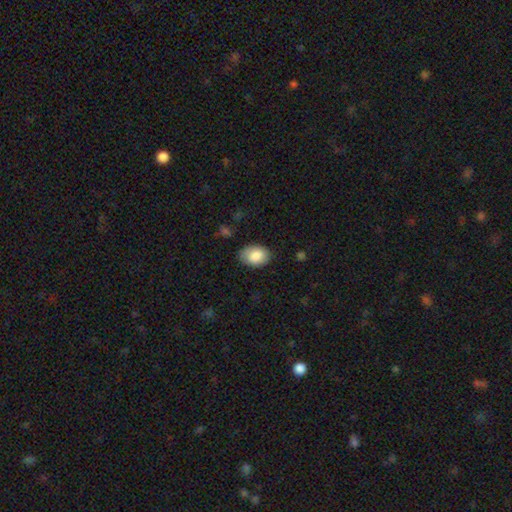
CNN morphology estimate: smooth 85%, featured or disk 8%, star or artifact 7%. Down the decision tree: how rounded — in between (87%); merging — none (81%).